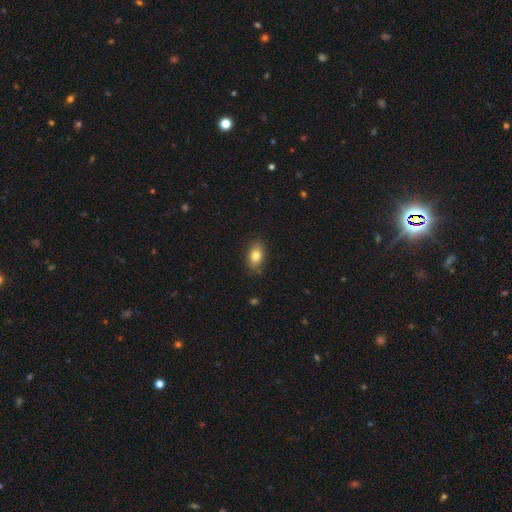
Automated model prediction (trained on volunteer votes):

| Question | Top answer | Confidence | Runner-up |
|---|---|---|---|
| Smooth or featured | smooth | 82% | featured or disk (10%) |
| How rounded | in between | 87% | round (11%) |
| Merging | none | 85% | minor disturbance (12%) |